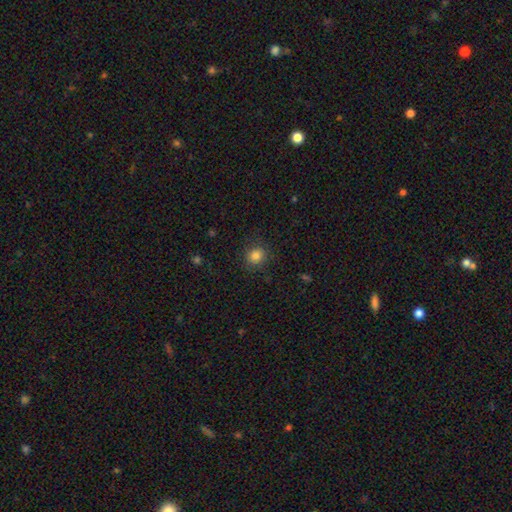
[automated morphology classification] smooth-or-featured: smooth: 82% | star or artifact: 12% | featured or disk: 5%
  how-rounded: round: 85% | in between: 14% | cigar-shaped: 1%
  merging: none: 86% | minor disturbance: 10% | major disturbance: 3% | merger: 1%